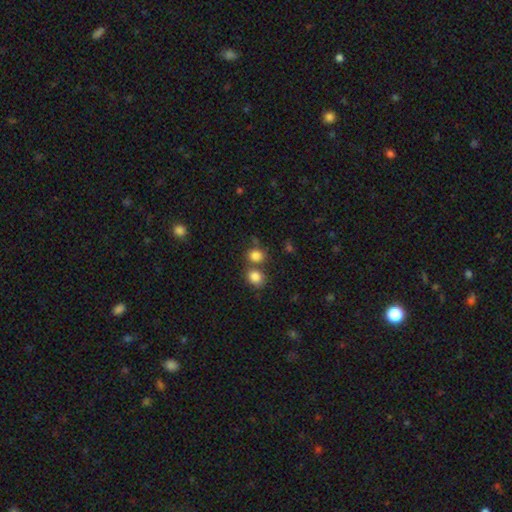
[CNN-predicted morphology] Smooth or featured: smooth — 82% (star or artifact — 12%)
How rounded: round — 69% (in between — 30%)
Merging: none — 54% (merger — 33%)